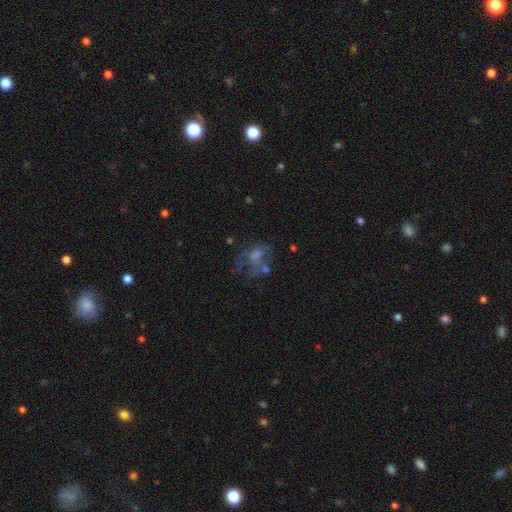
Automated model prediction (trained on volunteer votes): A featured or disk galaxy (51%).

Vote fractions:
- Smooth or featured? featured or disk: 51% / smooth: 33% / star or artifact: 16%
- Edge-on disk? no: 97% / yes: 3%
- Merging? major disturbance: 36% / none: 32% / minor disturbance: 17% / merger: 14%